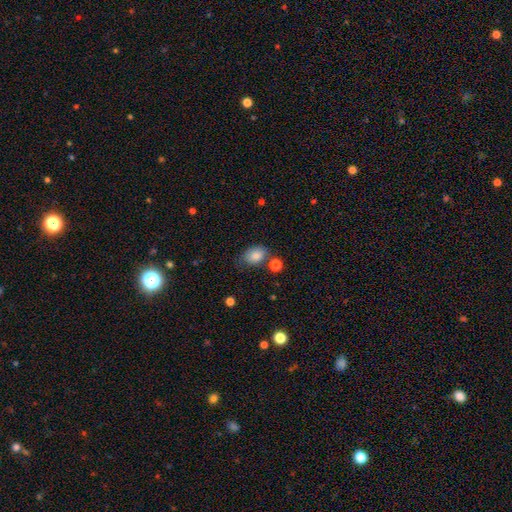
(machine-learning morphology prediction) This is clearly a smooth galaxy (83%). How rounded: likely in between (80%). Merging: likely none (61%).